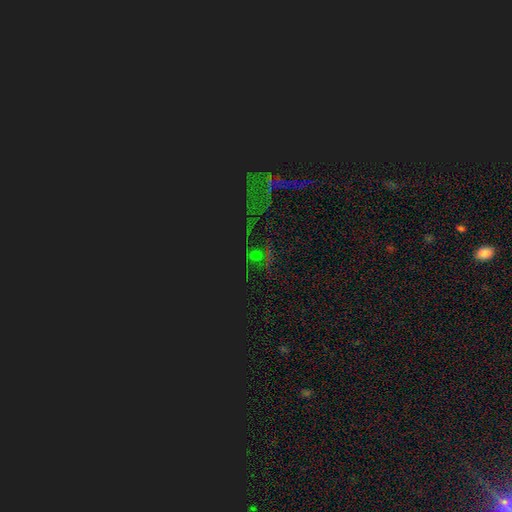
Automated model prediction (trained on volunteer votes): smooth_or_featured: star or artifact (p=0.68) [alt: smooth p=0.17]